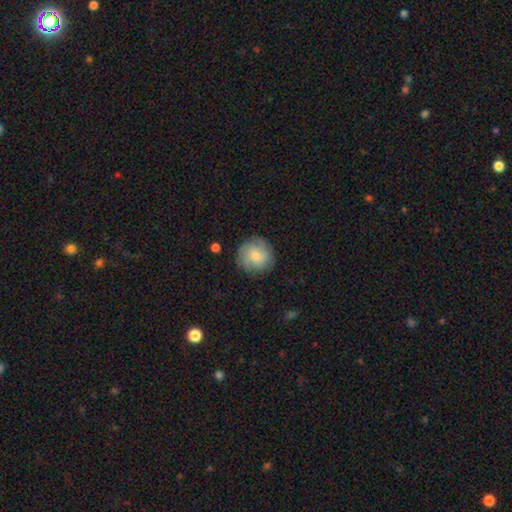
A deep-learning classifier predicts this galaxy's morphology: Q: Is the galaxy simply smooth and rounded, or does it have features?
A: smooth — 63%.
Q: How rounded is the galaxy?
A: round — 92%.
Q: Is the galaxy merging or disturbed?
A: none — 82%.